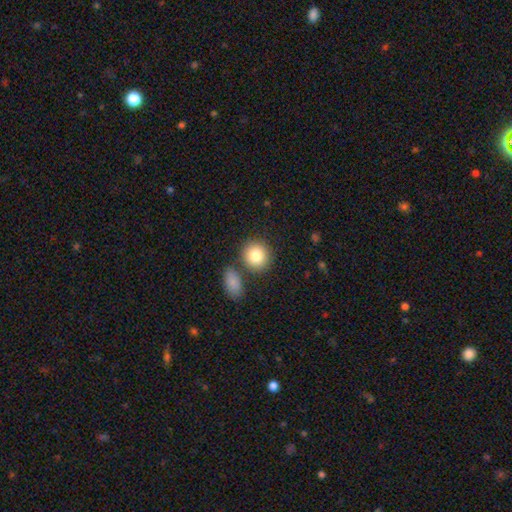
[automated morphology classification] smooth_or_featured: smooth (p=0.83) [alt: featured or disk p=0.09]
how_rounded: round (p=0.86) [alt: in between p=0.13]
merging: none (p=0.74) [alt: merger p=0.13]